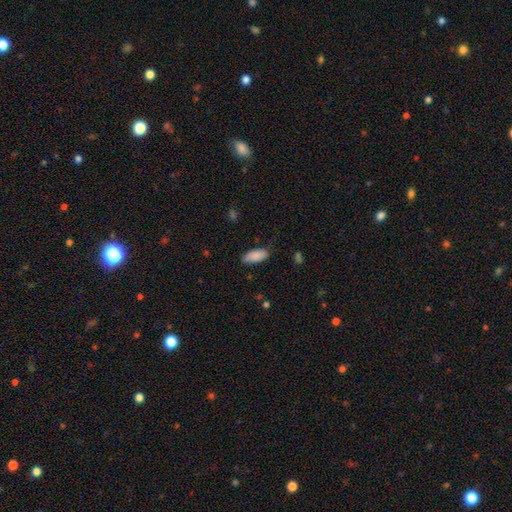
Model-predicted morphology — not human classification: Smooth or featured?
  - smooth: 87% *
  - featured or disk: 7%
  - star or artifact: 6%
How rounded?
  - in between: 87% *
  - cigar-shaped: 11%
  - round: 2%
Merging?
  - none: 78% *
  - minor disturbance: 17%
  - major disturbance: 3%
  - merger: 1%